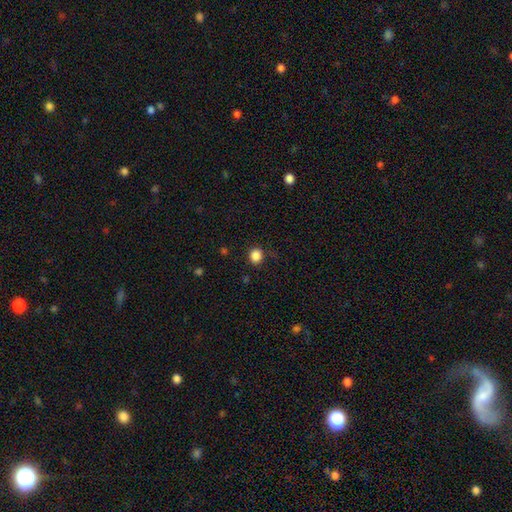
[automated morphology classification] Smooth or featured? smooth (86%)
How rounded? round (69%)
Merging? none (84%)